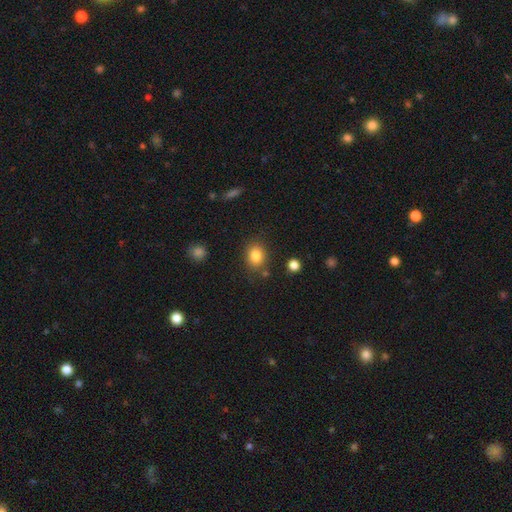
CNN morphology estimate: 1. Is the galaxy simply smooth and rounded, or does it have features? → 83% smooth, 10% star or artifact, 7% featured or disk.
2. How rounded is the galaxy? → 54% round, 45% in between, 1% cigar-shaped.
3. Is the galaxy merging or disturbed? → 80% none, 12% minor disturbance, 5% merger, 4% major disturbance.